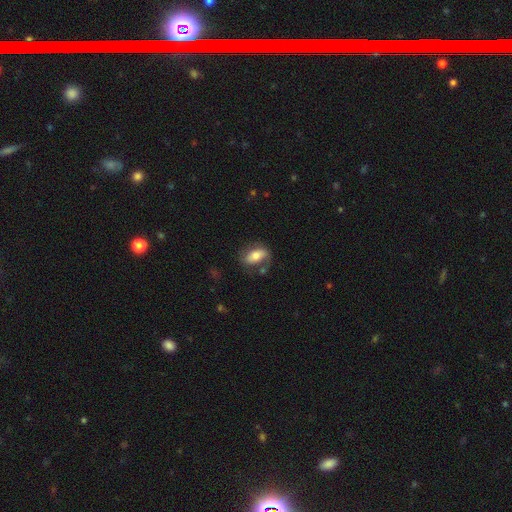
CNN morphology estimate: Smooth or featured?
  - smooth: 62% *
  - featured or disk: 31%
  - star or artifact: 7%
How rounded?
  - in between: 88% *
  - round: 7%
  - cigar-shaped: 5%
Merging?
  - none: 56% *
  - minor disturbance: 22%
  - major disturbance: 15%
  - merger: 7%